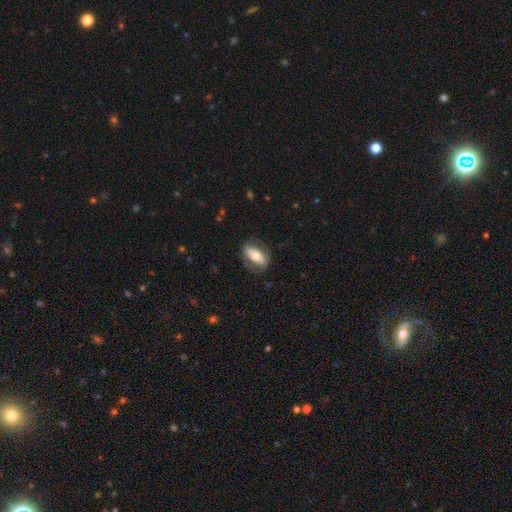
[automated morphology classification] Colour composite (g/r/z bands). It shows a smooth galaxy with no disk features (55%) that is in between round and cigar-shaped (87%). Merging: none (76%).